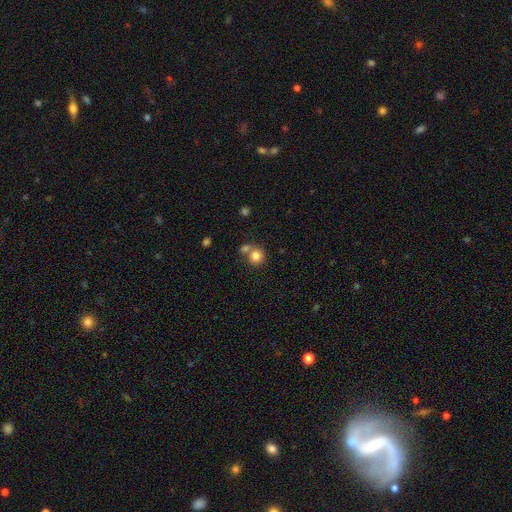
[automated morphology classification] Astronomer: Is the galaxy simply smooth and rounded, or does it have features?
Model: smooth — 81%.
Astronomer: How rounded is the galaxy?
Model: round — 87%.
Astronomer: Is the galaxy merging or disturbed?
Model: none — 55% (runner-up: merger, 33%).